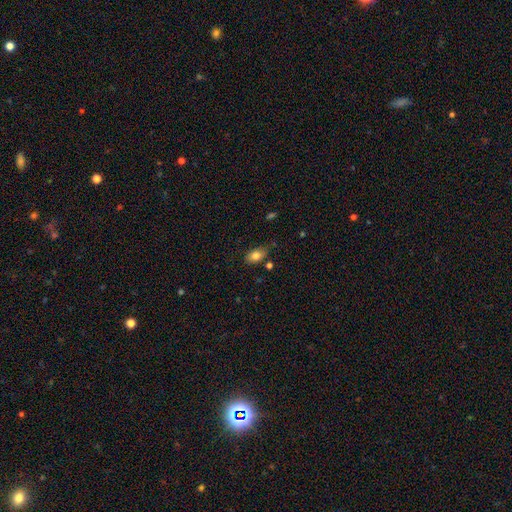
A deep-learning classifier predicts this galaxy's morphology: type=smooth (81%); roundness=in between (87%); merging=none (73%).